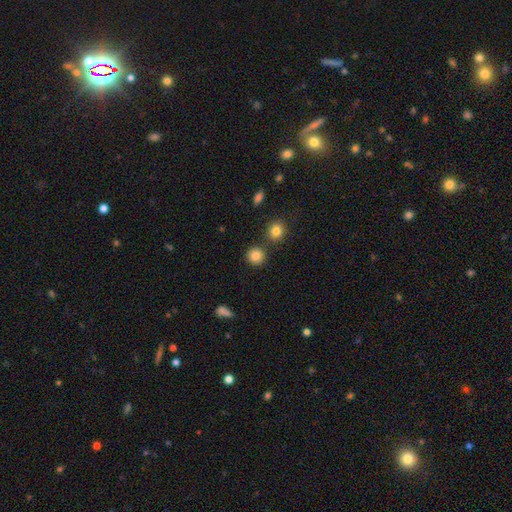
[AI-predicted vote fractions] The model was most divided on "smooth or featured": smooth: 84%, star or artifact: 10%, featured or disk: 6%. More confident: how rounded — round (91%); merging — none (82%).